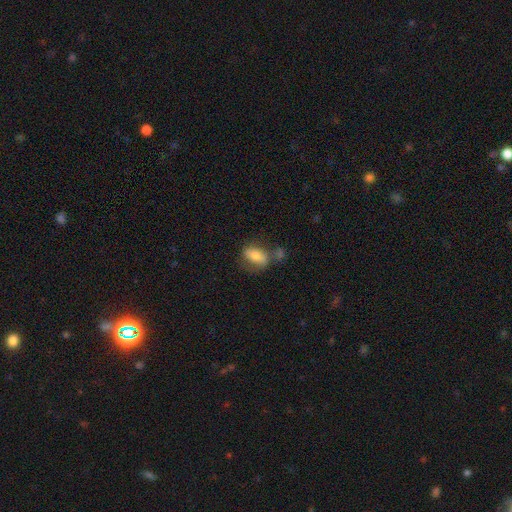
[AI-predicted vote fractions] A smooth galaxy with no disk features (71%) that is in between round and cigar-shaped (87%).

Vote fractions:
- Smooth or featured? smooth: 71% / featured or disk: 21% / star or artifact: 8%
- How rounded? in between: 87% / round: 8% / cigar-shaped: 4%
- Merging? none: 42% / merger: 22% / minor disturbance: 22% / major disturbance: 14%